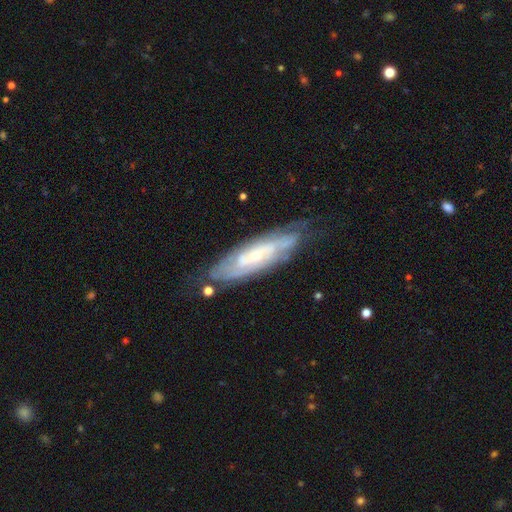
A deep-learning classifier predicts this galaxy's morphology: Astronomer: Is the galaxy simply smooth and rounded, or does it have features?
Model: featured or disk — 75%.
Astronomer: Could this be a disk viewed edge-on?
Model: no — 74%.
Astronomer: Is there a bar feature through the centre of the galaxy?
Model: no — 57% (runner-up: weak, 33%).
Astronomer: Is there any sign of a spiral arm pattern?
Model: yes — 89%.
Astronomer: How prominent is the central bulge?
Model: small — 54% (runner-up: moderate, 31%).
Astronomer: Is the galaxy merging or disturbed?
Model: none — 70%.